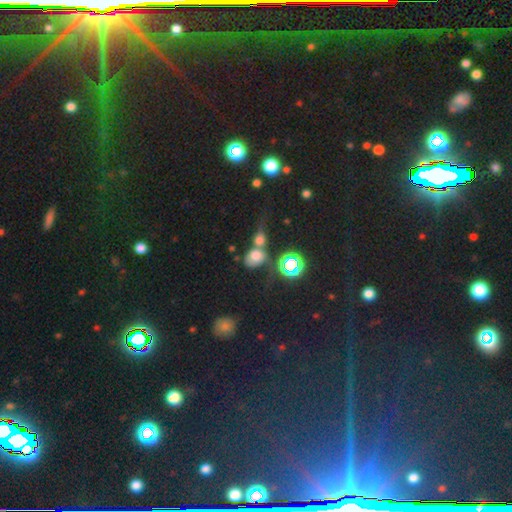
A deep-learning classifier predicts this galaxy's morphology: A smooth galaxy with no disk features (59%) that is in between round and cigar-shaped (57%). Merging: merger (50%).